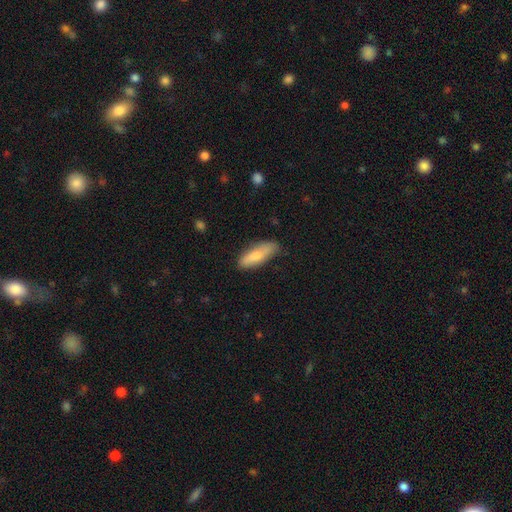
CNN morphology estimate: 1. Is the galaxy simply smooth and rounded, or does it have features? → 76% smooth, 18% featured or disk, 6% star or artifact.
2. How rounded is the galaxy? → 61% in between, 36% cigar-shaped, 2% round.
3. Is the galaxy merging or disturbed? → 72% none, 22% minor disturbance, 4% major disturbance, 2% merger.